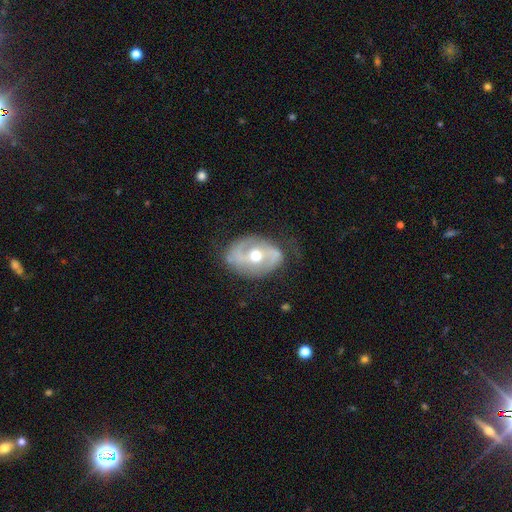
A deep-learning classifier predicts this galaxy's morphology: smooth_or_featured: featured or disk (p=0.78) [alt: smooth p=0.17]
disk_edge_on: no (p=0.96) [alt: yes p=0.04]
bar: no (p=0.46) [alt: weak p=0.34]
has_spiral_arms: yes (p=0.75) [alt: no p=0.25]
spiral_winding: medium (p=0.43) [alt: loose p=0.32]
spiral_arm_count: 2 (p=0.84) [alt: can't tell p=0.09]
bulge_size: moderate (p=0.78) [alt: small p=0.10]
merging: none (p=0.65) [alt: minor disturbance p=0.22]